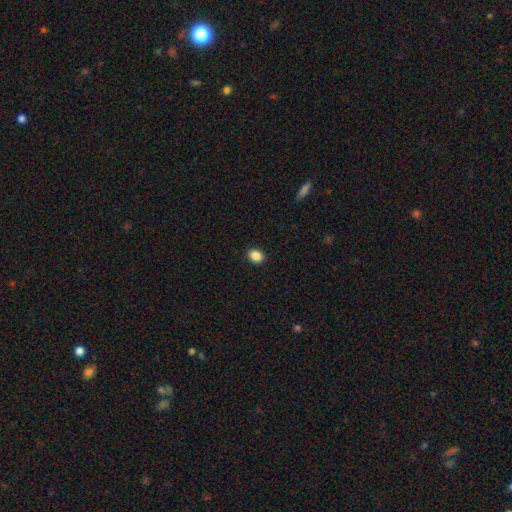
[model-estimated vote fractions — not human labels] Q: Smooth or featured?
A: smooth (88%); runner-up: star or artifact (9%)
Q: How rounded?
A: in between (54%); runner-up: round (45%)
Q: Merging?
A: none (91%); runner-up: minor disturbance (6%)